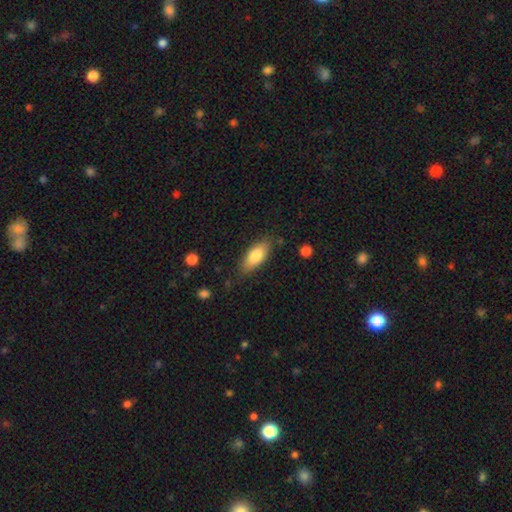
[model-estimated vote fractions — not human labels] Smooth or featured? smooth (79%)
How rounded? in between (79%)
Merging? none (81%)